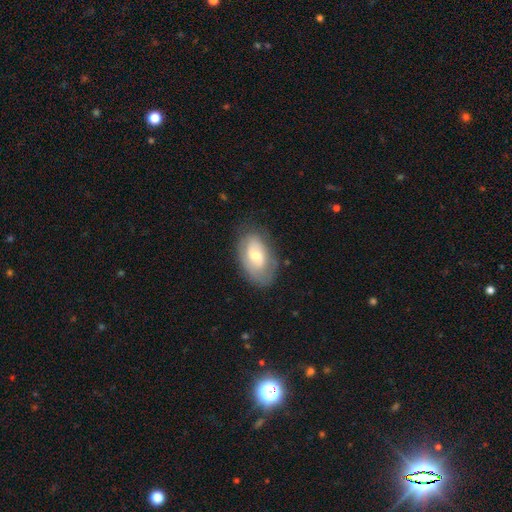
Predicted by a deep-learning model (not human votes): Overall: featured or disk (48%; smooth 46%). Merging: none (69%).